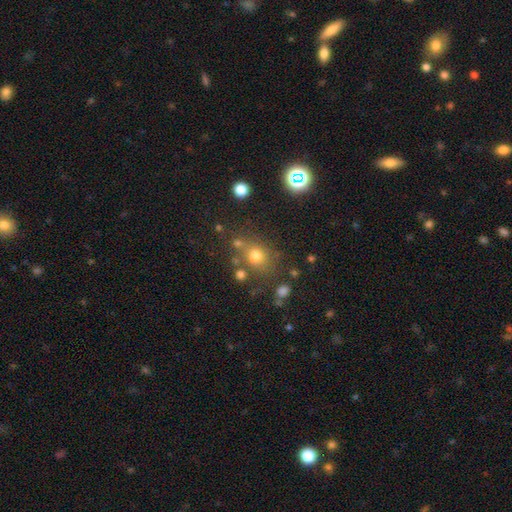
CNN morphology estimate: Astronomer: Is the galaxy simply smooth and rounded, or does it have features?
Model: smooth — 71%.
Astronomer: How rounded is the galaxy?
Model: round — 76%.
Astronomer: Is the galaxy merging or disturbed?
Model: none — 68%.